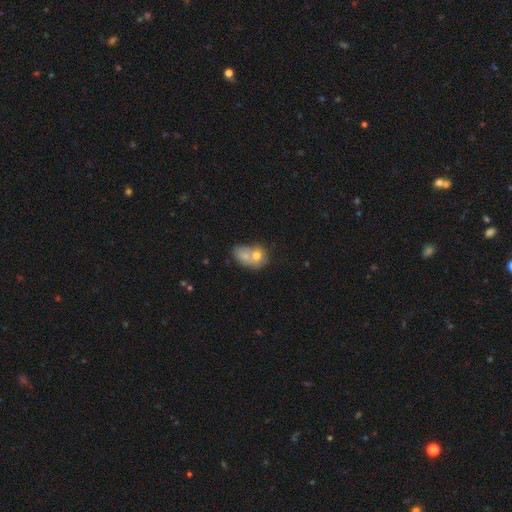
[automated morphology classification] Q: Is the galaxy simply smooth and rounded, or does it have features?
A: smooth — 64%.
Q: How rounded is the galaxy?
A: in between — 54%.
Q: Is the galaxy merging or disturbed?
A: merger — 62%.